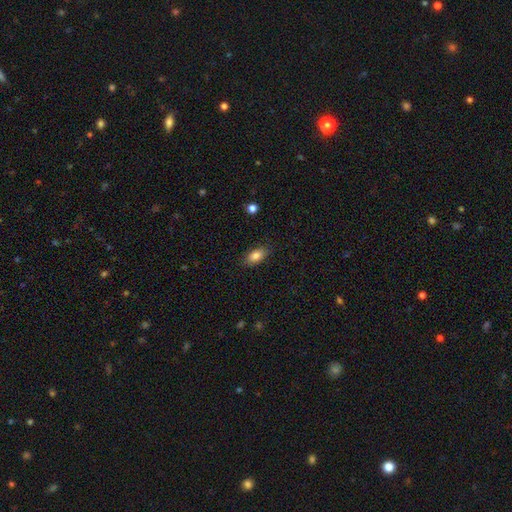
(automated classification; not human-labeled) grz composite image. It shows a smooth galaxy with no disk features (84%) that is in between round and cigar-shaped (89%). Merging: none (85%).